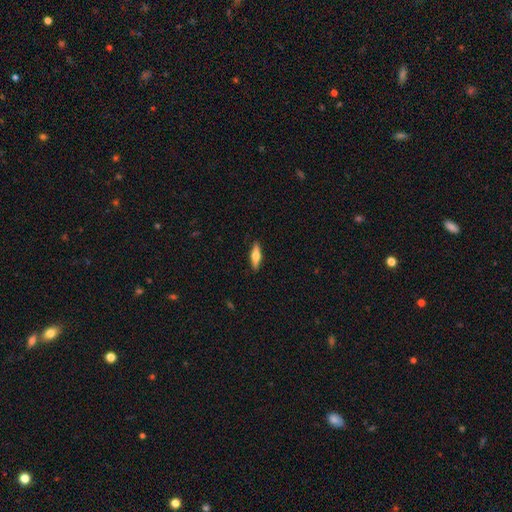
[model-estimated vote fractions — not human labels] The model was most divided on "how rounded": cigar-shaped: 55%, in between: 43%, round: 2%. More confident: merging — none (90%); smooth or featured — smooth (59%).